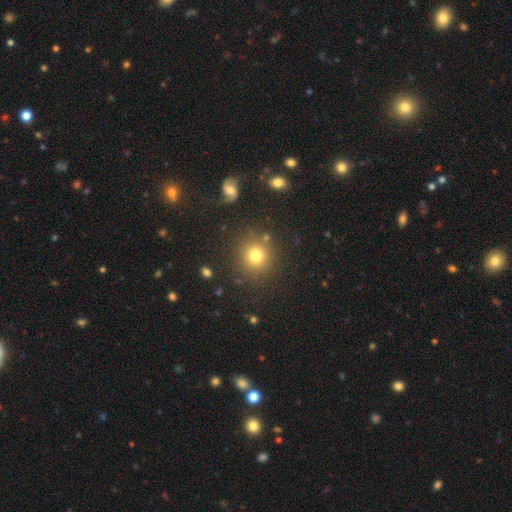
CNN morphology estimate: Smooth or featured?
  - smooth: 77% *
  - star or artifact: 15%
  - featured or disk: 8%
How rounded?
  - round: 91% *
  - in between: 8%
  - cigar-shaped: 1%
Merging?
  - none: 84% *
  - minor disturbance: 8%
  - merger: 4%
  - major disturbance: 4%